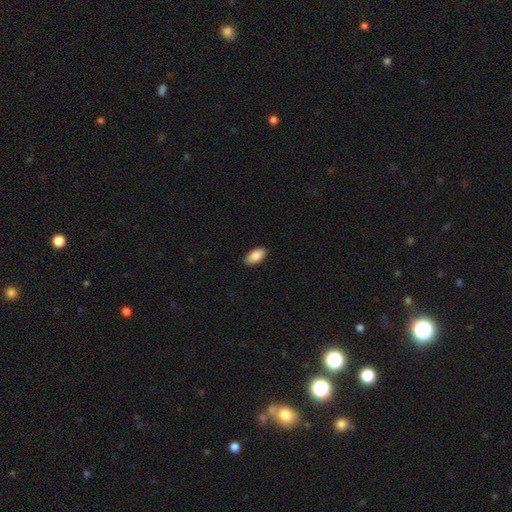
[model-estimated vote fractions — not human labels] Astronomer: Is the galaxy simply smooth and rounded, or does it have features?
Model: smooth — 89%.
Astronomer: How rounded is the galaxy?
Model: in between — 94%.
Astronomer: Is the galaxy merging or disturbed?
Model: none — 89%.